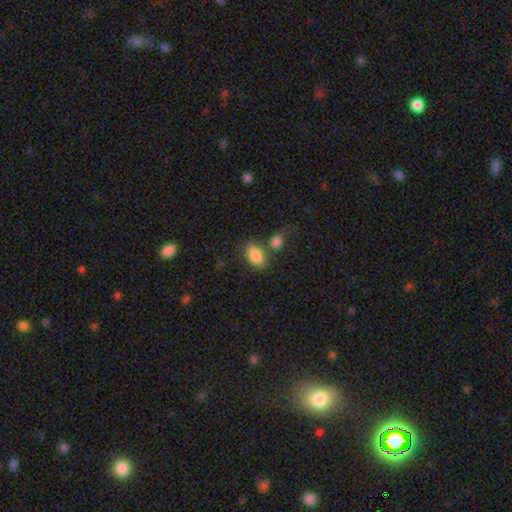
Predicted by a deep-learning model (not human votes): A smooth galaxy with no disk features (85%) that is in between round and cigar-shaped (89%). Merging: none (55%).